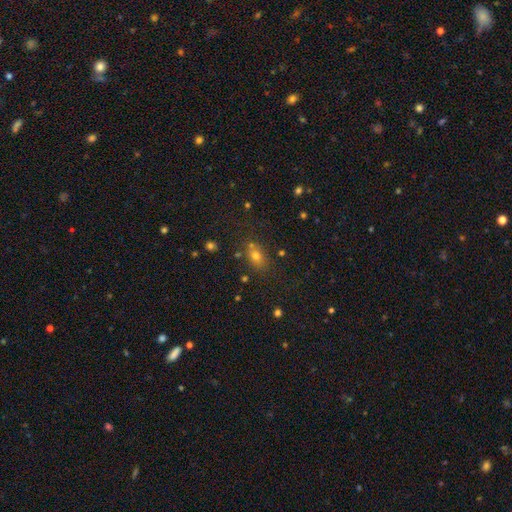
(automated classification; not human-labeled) The model was most divided on "how rounded": in between: 62%, round: 34%, cigar-shaped: 4%. More confident: merging — none (72%); smooth or featured — smooth (66%).